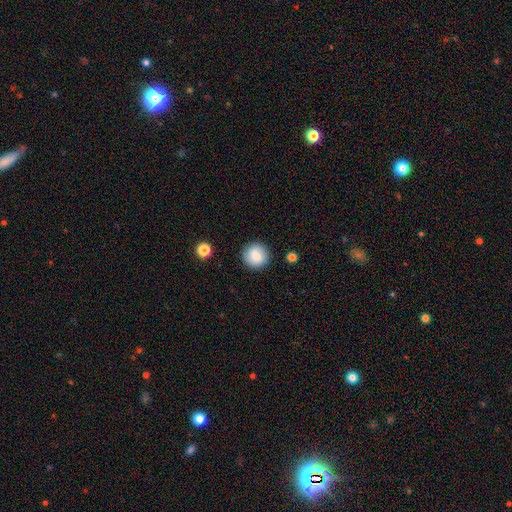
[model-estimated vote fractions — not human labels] smooth-or-featured: smooth: 83% | featured or disk: 9% | star or artifact: 8%
  how-rounded: round: 93% | in between: 6% | cigar-shaped: 1%
  merging: none: 89% | minor disturbance: 7% | major disturbance: 2% | merger: 2%